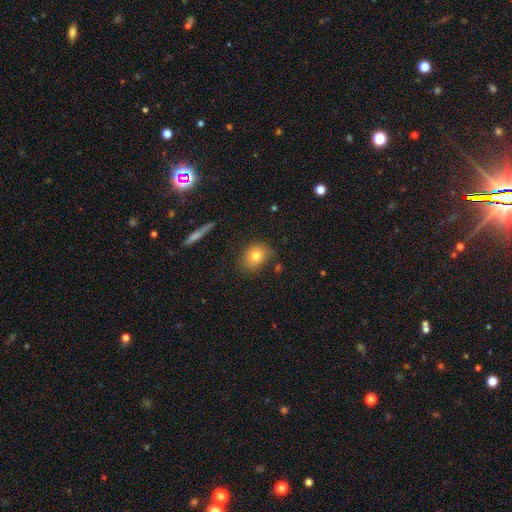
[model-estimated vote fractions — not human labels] A smooth galaxy with no disk features (77%) that is round (55%). Merging: none (77%).